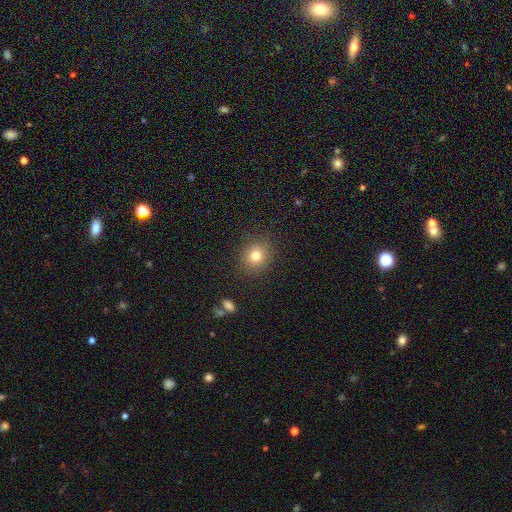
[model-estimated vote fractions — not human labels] Smooth or featured?
  - smooth: 77% *
  - star or artifact: 14%
  - featured or disk: 9%
How rounded?
  - round: 85% *
  - in between: 14%
  - cigar-shaped: 1%
Merging?
  - none: 89% *
  - minor disturbance: 7%
  - major disturbance: 3%
  - merger: 1%